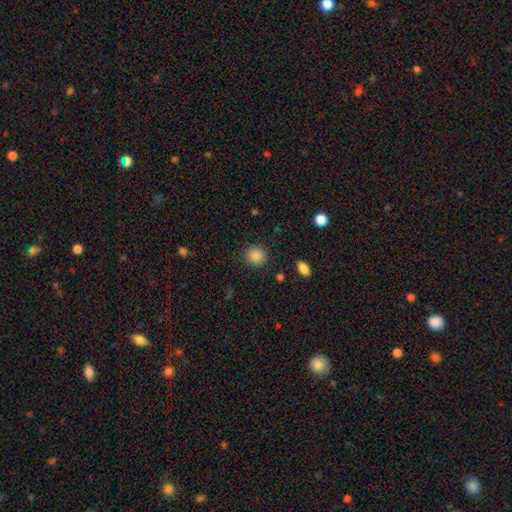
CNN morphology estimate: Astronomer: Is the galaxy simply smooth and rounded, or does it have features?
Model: smooth — 87%.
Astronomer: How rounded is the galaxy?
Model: round — 88%.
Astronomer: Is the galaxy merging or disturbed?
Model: none — 89%.